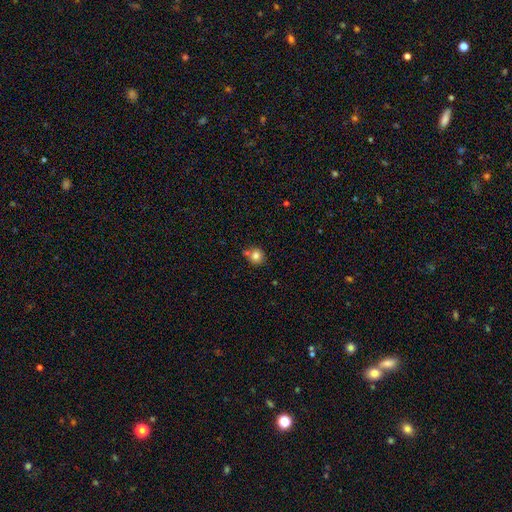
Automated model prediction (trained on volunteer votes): A smooth galaxy with no disk features (81%) that is round (88%). Merging: none (65%).